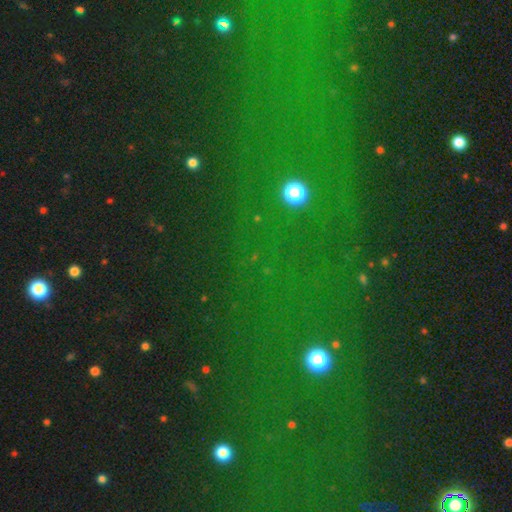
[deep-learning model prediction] smooth-or-featured: star or artifact: 75% | smooth: 16% | featured or disk: 9%